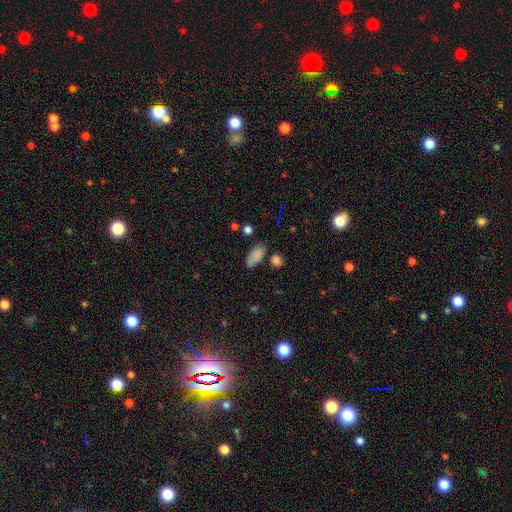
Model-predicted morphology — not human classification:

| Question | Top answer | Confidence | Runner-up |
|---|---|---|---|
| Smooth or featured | smooth | 82% | star or artifact (11%) |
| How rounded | in between | 89% | cigar-shaped (7%) |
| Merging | none | 65% | minor disturbance (21%) |